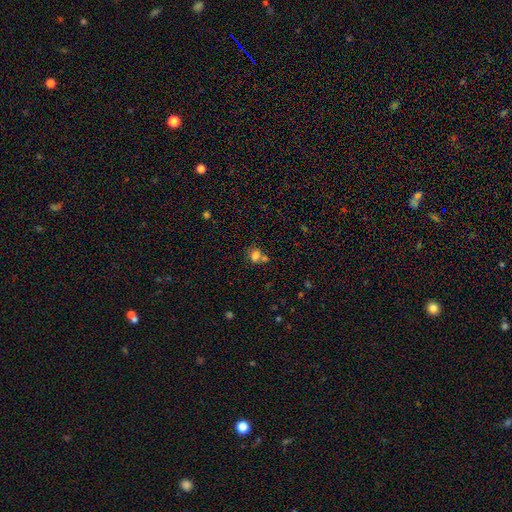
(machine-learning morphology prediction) Smooth or featured? smooth (76%)
How rounded? in between (49%, tied with round)
Merging? none (47%)